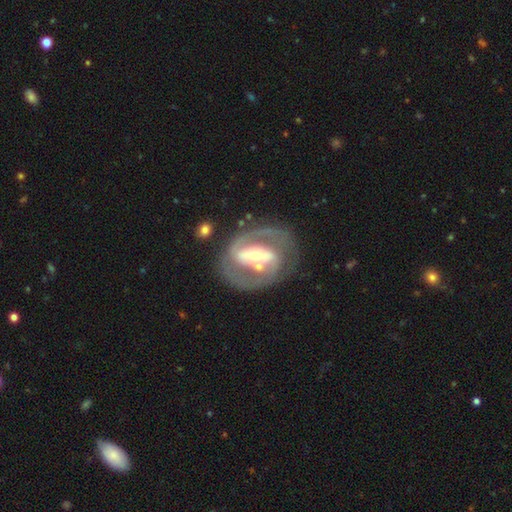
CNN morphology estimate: featured or disk 88%, smooth 7%, star or artifact 5%. Down the decision tree: edge-on disk — no (96%); bar — strong (68%); spiral arms — yes (89%); spiral arm count — 2 (86%); spiral winding — medium (45%); bulge size — moderate (48%); merging — none (74%).